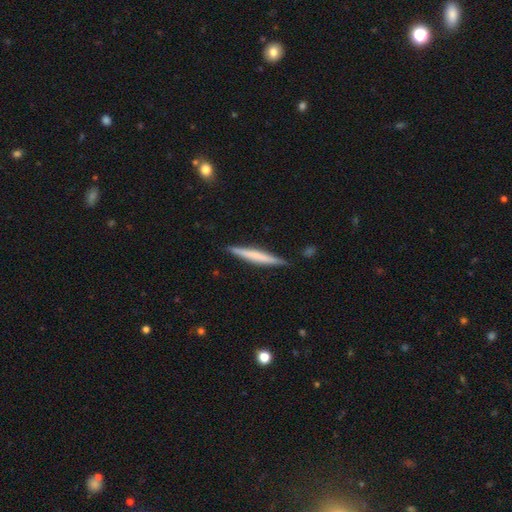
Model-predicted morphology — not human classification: This is possibly a smooth galaxy (50%). How rounded: clearly cigar-shaped (95%). Merging: clearly none (88%).